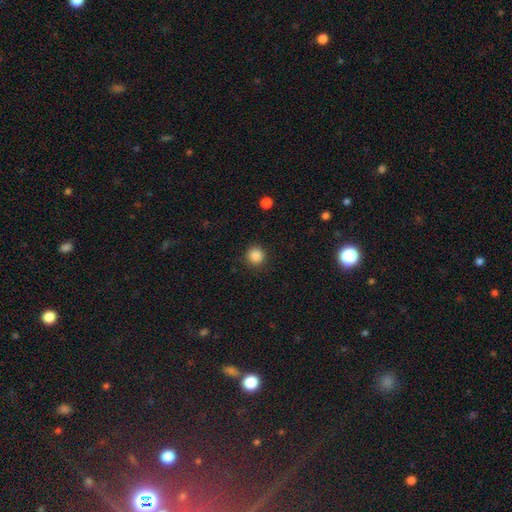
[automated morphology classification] type=smooth (87%); roundness=round (94%); merging=none (90%).